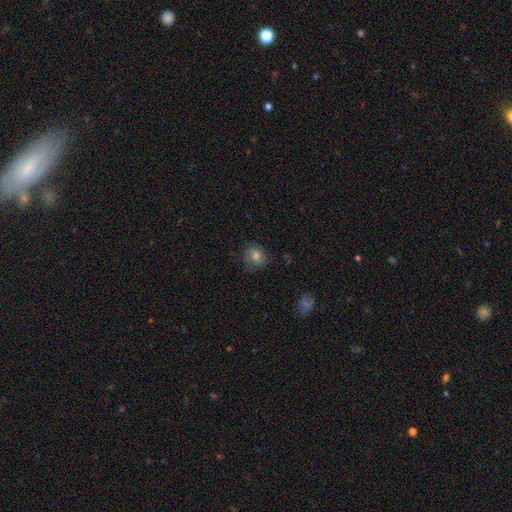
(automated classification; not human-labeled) Overall: smooth (72%). How rounded: round (79%). Merging: none (74%).